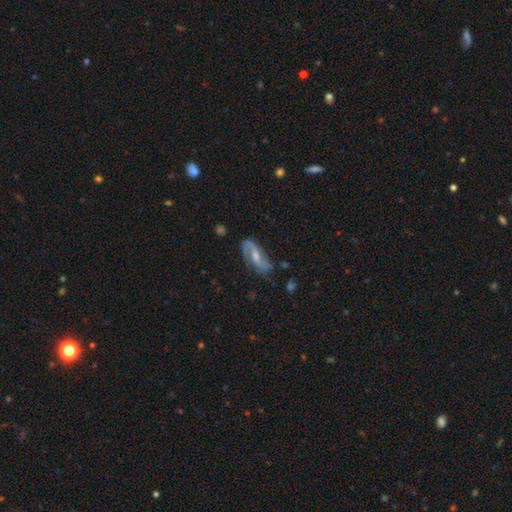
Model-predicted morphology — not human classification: A featured or disk galaxy (76%) with a weak bar (42%), 2 (86%) loose (40%, tied with medium) spiral arms (92%) and a moderate central bulge (54%). Merging: none (74%).